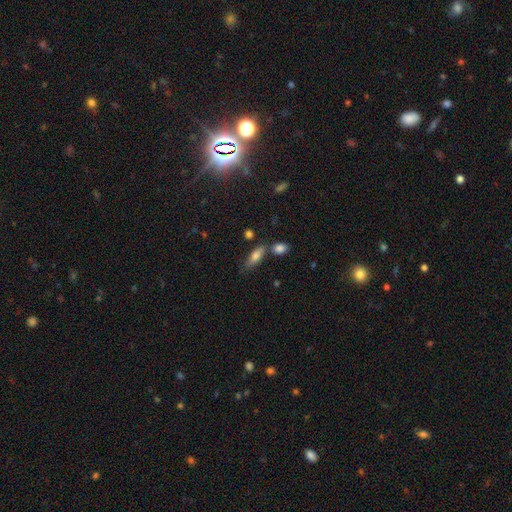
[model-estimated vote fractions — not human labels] Smooth or featured? Predicted: smooth (p=0.74). How rounded? Predicted: in between (p=0.60). Merging? Predicted: none (p=0.64).